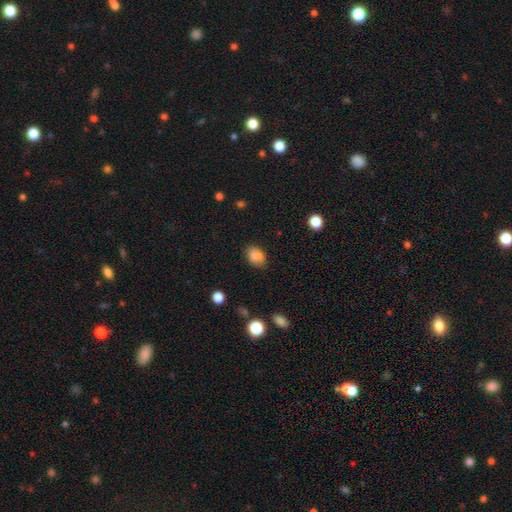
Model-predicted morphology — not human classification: smooth-or-featured: smooth: 81% | star or artifact: 11% | featured or disk: 8%
  how-rounded: in between: 76% | round: 23% | cigar-shaped: 1%
  merging: none: 66% | minor disturbance: 19% | merger: 10% | major disturbance: 5%